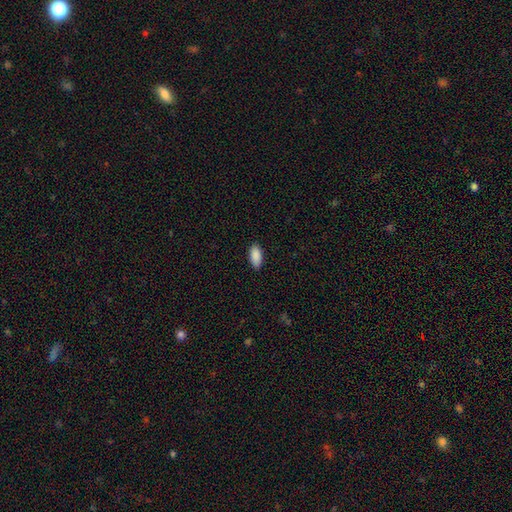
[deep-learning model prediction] Smooth or featured?
  - smooth: 90% *
  - star or artifact: 6%
  - featured or disk: 4%
How rounded?
  - in between: 89% *
  - cigar-shaped: 9%
  - round: 2%
Merging?
  - none: 87% *
  - minor disturbance: 10%
  - major disturbance: 2%
  - merger: 1%